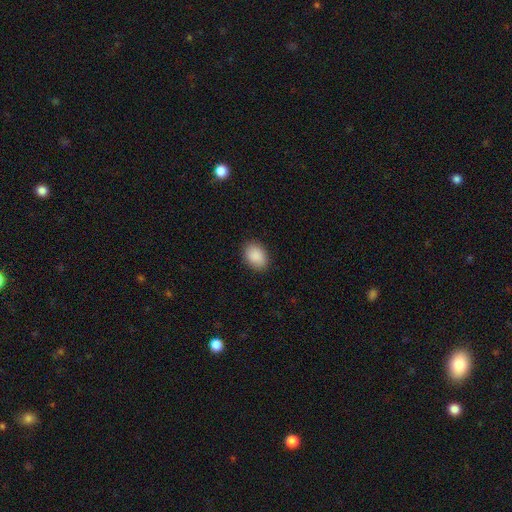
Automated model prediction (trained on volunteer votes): smooth_or_featured: smooth (p=0.89) [alt: star or artifact p=0.07]
how_rounded: in between (p=0.78) [alt: round p=0.21]
merging: none (p=0.87) [alt: minor disturbance p=0.10]